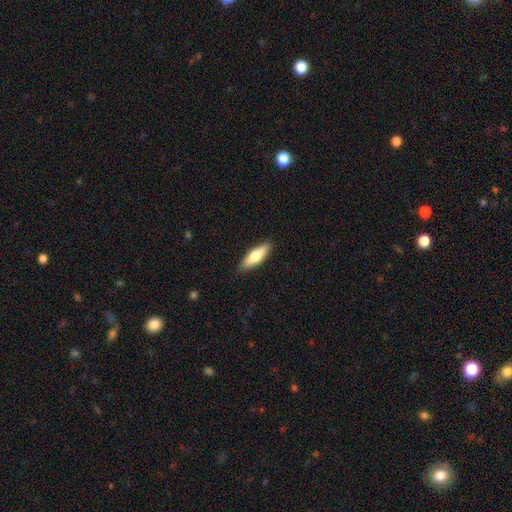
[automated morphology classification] A smooth galaxy with no disk features (67%) that is in between round and cigar-shaped (49%, tied with cigar-shaped).

Vote fractions:
- Smooth or featured? smooth: 67% / featured or disk: 27% / star or artifact: 5%
- How rounded? in between: 49% (tied) / cigar-shaped: 49% (tied) / round: 2%
- Merging? none: 88% / minor disturbance: 9% / major disturbance: 2% / merger: 1%